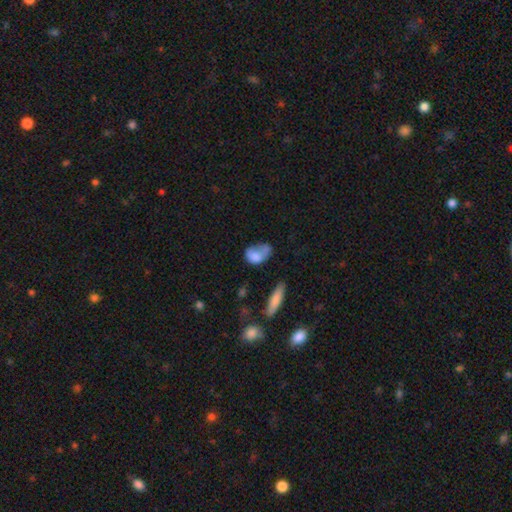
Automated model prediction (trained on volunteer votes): Smooth or featured: smooth — 71% (featured or disk — 19%)
How rounded: in between — 79% (round — 18%)
Merging: none — 29% (minor disturbance — 27%)